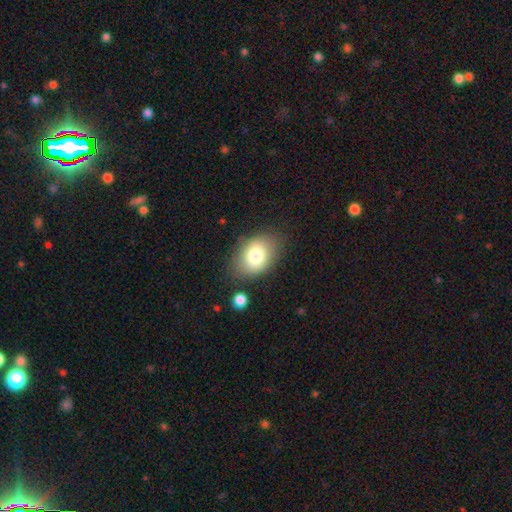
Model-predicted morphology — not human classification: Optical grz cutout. It shows a smooth galaxy with no disk features (79%) that is in between round and cigar-shaped (80%). Merging: none (76%).